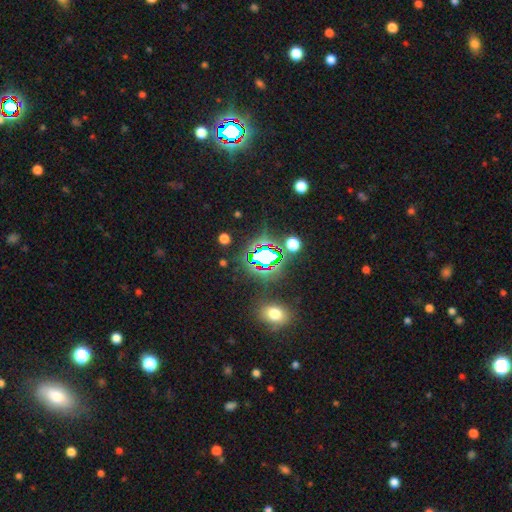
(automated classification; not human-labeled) Smooth or featured?
  - star or artifact: 68% *
  - smooth: 21%
  - featured or disk: 11%